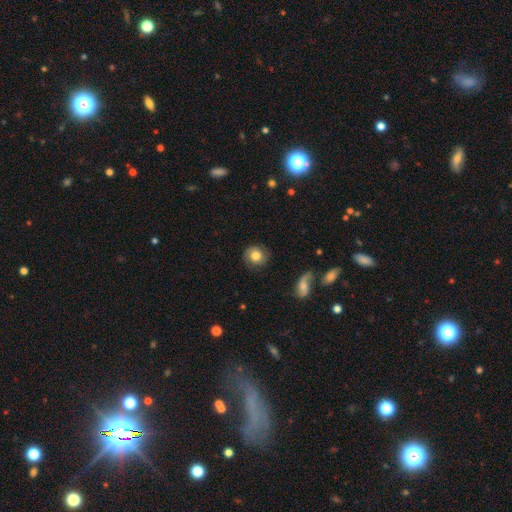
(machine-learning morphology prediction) smooth-or-featured: smooth: 62% | featured or disk: 29% | star or artifact: 9%
  how-rounded: round: 83% | in between: 16% | cigar-shaped: 1%
  merging: none: 82% | minor disturbance: 13% | major disturbance: 4% | merger: 2%